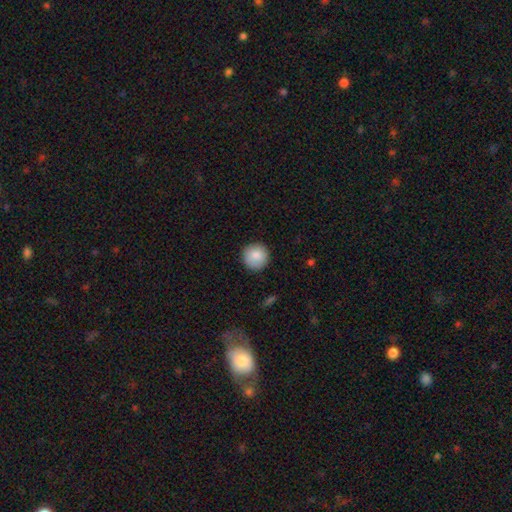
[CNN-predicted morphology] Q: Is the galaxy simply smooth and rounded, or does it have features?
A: smooth — 86%.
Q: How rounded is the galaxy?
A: round — 95%.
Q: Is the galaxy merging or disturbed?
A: none — 89%.